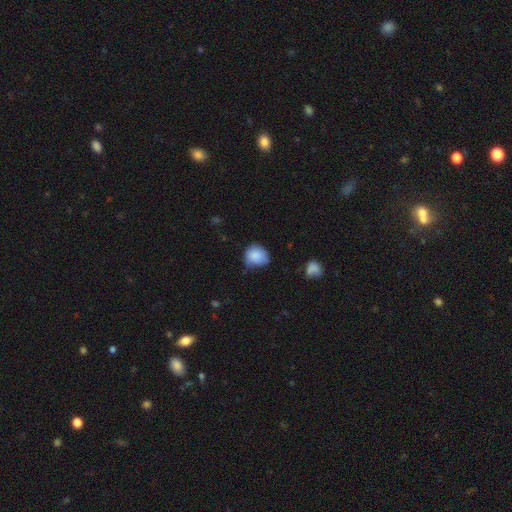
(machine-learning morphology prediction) This appears to be a smooth galaxy with no disk features (84%) that is round (74%). Merging: none (52%).